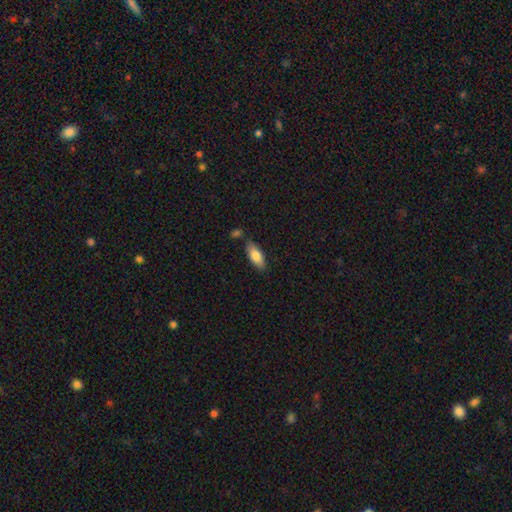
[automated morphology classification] This appears to be a smooth galaxy with no disk features (82%) that is in between round and cigar-shaped (79%). Merging: none (78%).